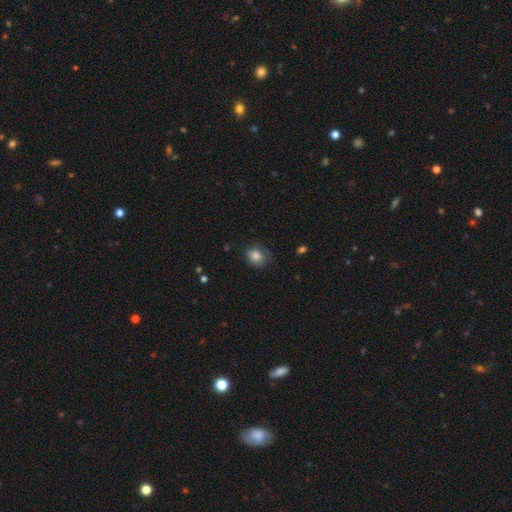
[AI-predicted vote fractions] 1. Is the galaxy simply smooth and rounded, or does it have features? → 82% smooth, 10% star or artifact, 8% featured or disk.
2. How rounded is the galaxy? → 74% round, 25% in between, 1% cigar-shaped.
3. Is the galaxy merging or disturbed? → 72% none, 21% minor disturbance, 6% major disturbance, 1% merger.